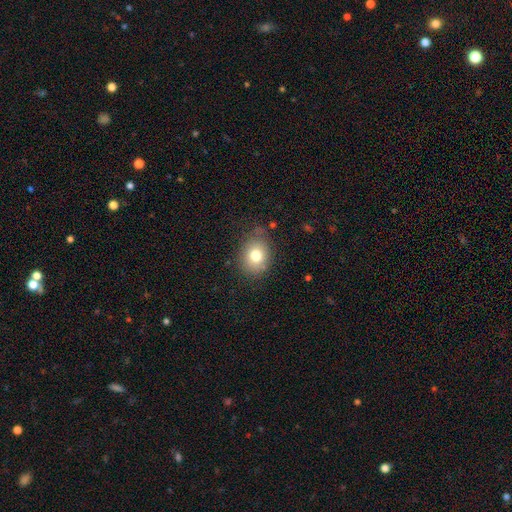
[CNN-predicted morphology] Smooth or featured? smooth (76%)
How rounded? round (55%)
Merging? none (75%)